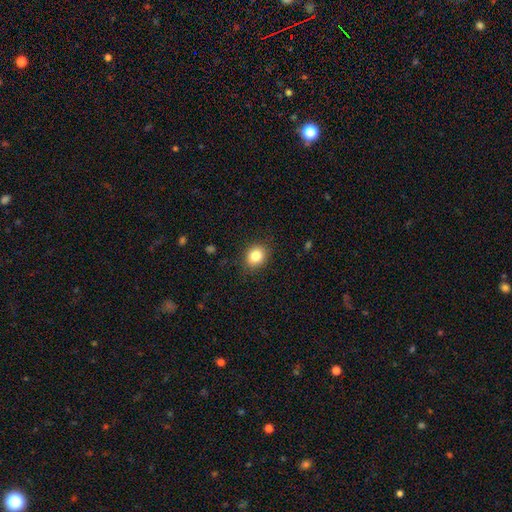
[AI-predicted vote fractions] Smooth or featured?
  - smooth: 84% *
  - star or artifact: 10%
  - featured or disk: 6%
How rounded?
  - round: 62% *
  - in between: 37%
  - cigar-shaped: 1%
Merging?
  - none: 86% *
  - minor disturbance: 10%
  - major disturbance: 3%
  - merger: 1%